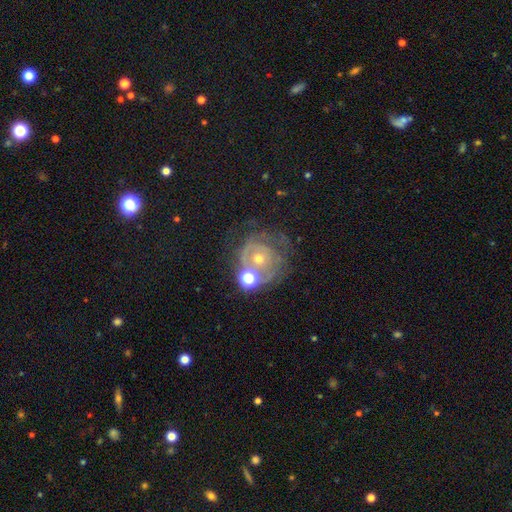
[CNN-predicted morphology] Q: Smooth or featured?
A: featured or disk (61%); runner-up: smooth (23%)
Q: Edge-on disk?
A: no (97%); runner-up: yes (3%)
Q: Bar?
A: no (82%); runner-up: weak (14%)
Q: Spiral arms?
A: yes (63%); runner-up: no (37%)
Q: Bulge size?
A: moderate (49%); runner-up: small (44%)
Q: Merging?
A: none (46%); runner-up: minor disturbance (19%)